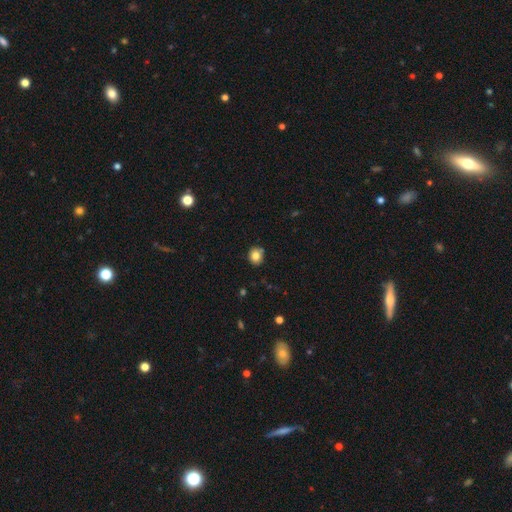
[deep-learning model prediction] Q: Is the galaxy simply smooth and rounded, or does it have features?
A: smooth — 82%.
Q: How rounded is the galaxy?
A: round — 79%.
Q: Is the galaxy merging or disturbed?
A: none — 82%.